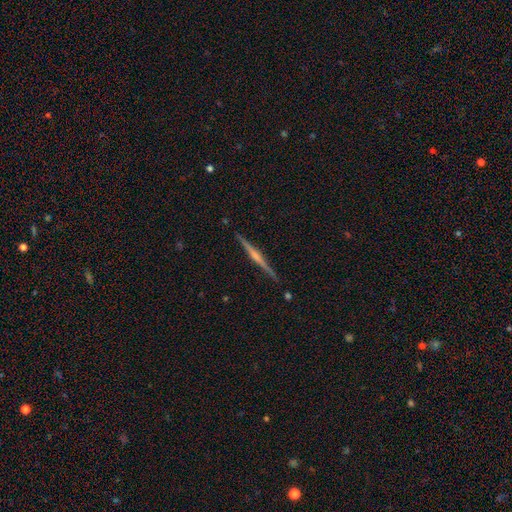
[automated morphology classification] The model was most divided on "edge-on bulge": rounded: 73%, none: 16%, boxy: 11%. More confident: edge-on disk — yes (99%); merging — none (90%); smooth or featured — featured or disk (80%).